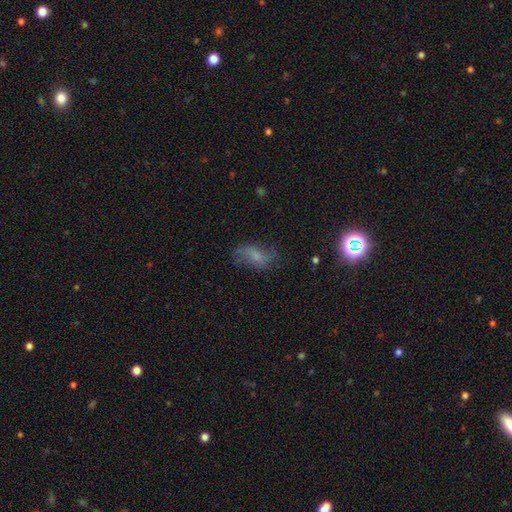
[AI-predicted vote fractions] The model was most divided on "smooth or featured": smooth: 50%, featured or disk: 35%, star or artifact: 15%. More confident: how rounded — in between (84%); merging — none (61%).